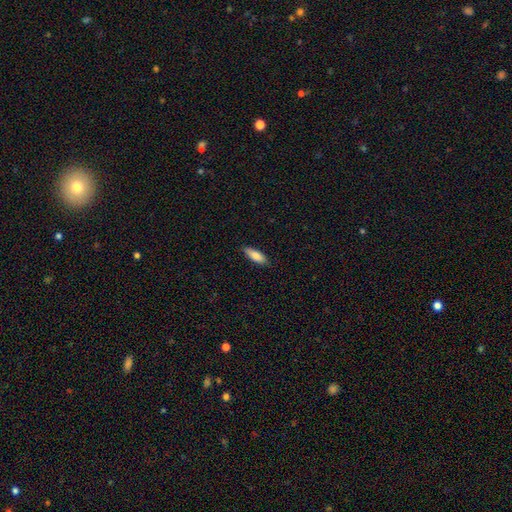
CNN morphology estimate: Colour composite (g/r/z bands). It shows a smooth galaxy with no disk features (84%) that is in between round and cigar-shaped (61%). Merging: none (84%).